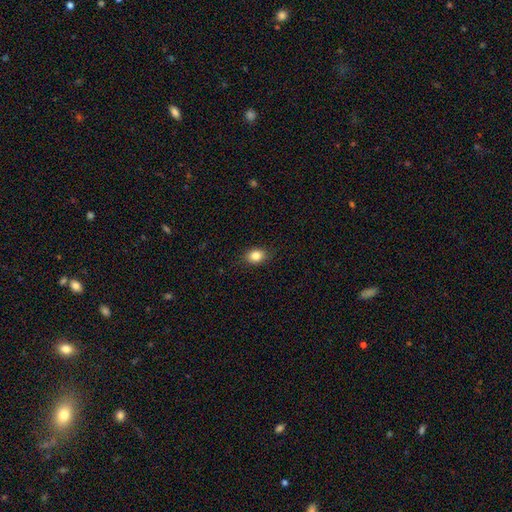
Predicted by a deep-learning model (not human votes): A smooth galaxy with no disk features (84%) that is in between round and cigar-shaped (59%). Merging: none (86%).